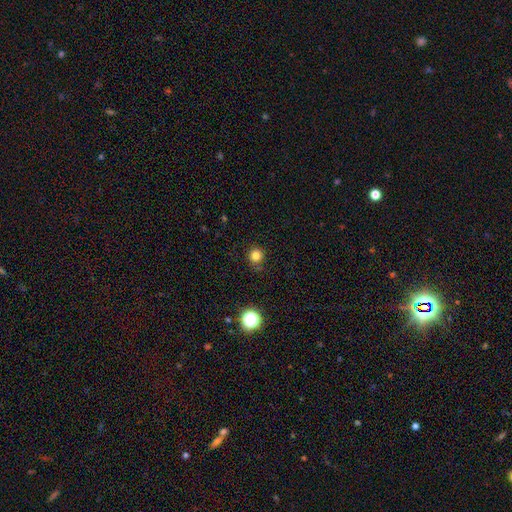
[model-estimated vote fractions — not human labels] A smooth galaxy with no disk features (80%) that is round (94%).

Vote fractions:
- Smooth or featured? smooth: 80% / star or artifact: 15% / featured or disk: 5%
- How rounded? round: 94% / in between: 5% / cigar-shaped: 1%
- Merging? none: 85% / minor disturbance: 10% / major disturbance: 3% / merger: 2%